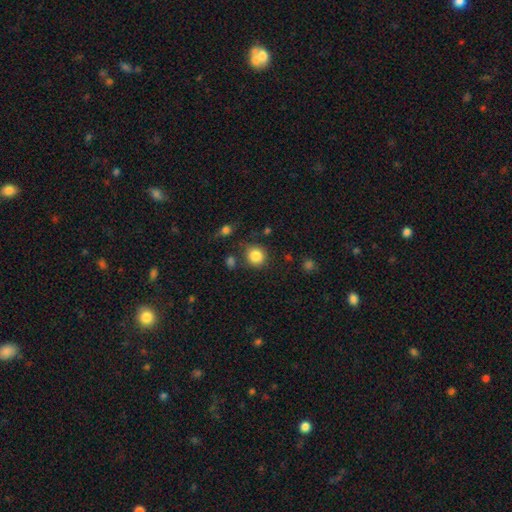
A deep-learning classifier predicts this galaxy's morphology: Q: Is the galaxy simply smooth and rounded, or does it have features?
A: smooth — 85%.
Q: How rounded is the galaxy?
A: round — 86%.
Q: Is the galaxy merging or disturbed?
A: none — 80%.